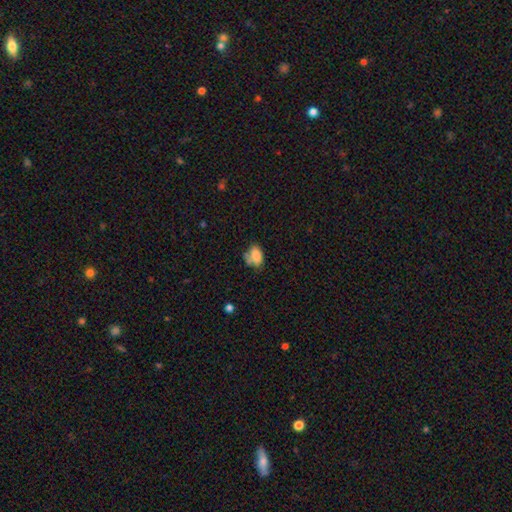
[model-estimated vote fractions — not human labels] smooth-or-featured: smooth: 81% | featured or disk: 10% | star or artifact: 9%
  how-rounded: in between: 87% | round: 11% | cigar-shaped: 2%
  merging: none: 45% | minor disturbance: 26% | merger: 19% | major disturbance: 9%